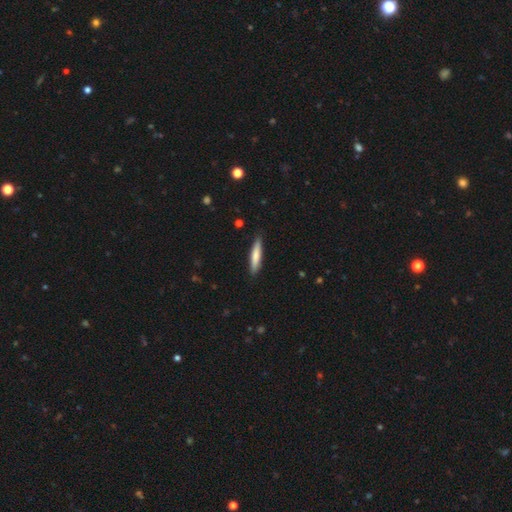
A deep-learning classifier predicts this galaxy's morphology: This is likely a smooth galaxy (73%). How rounded: clearly cigar-shaped (87%). Merging: clearly none (87%).